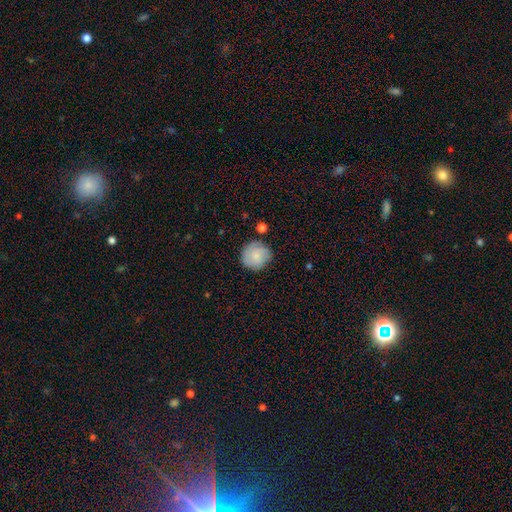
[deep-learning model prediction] The model was most divided on "smooth or featured": smooth: 70%, featured or disk: 22%, star or artifact: 7%. More confident: how rounded — round (92%); merging — none (75%).